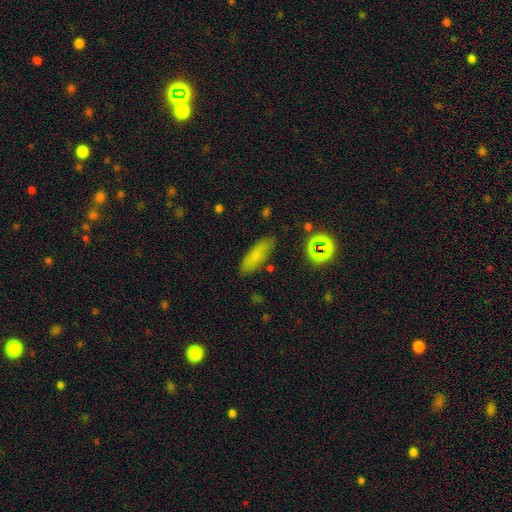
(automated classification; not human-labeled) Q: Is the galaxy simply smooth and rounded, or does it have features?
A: smooth — 74%.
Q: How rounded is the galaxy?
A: in between — 51%.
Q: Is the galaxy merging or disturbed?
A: none — 81%.